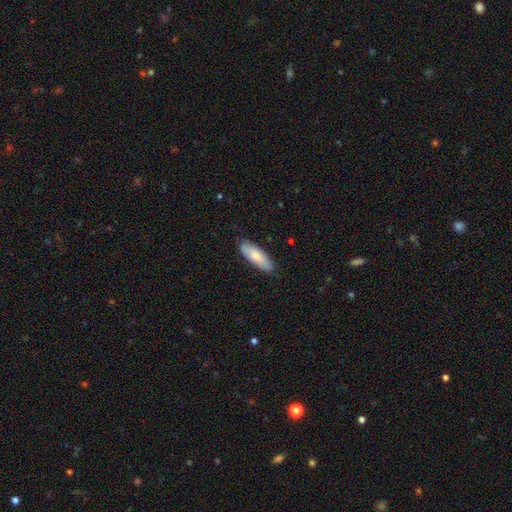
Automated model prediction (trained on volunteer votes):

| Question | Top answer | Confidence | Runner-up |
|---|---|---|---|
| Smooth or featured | smooth | 80% | featured or disk (15%) |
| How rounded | in between | 54% | cigar-shaped (44%) |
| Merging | none | 85% | minor disturbance (12%) |